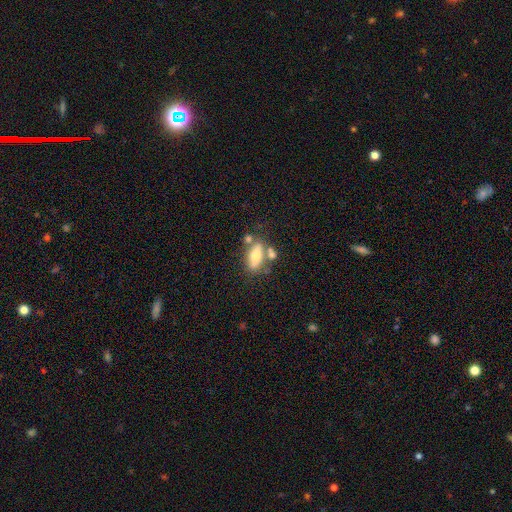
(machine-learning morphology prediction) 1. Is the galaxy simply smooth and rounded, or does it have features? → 60% smooth, 32% featured or disk, 8% star or artifact.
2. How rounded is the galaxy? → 74% in between, 21% cigar-shaped, 6% round.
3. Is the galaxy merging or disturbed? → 54% none, 24% merger, 15% minor disturbance, 7% major disturbance.